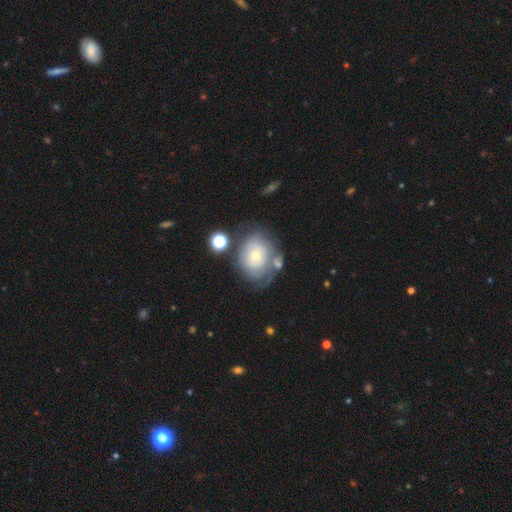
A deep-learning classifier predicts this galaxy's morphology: A smooth galaxy with no disk features (47%). Merging: none (50%).